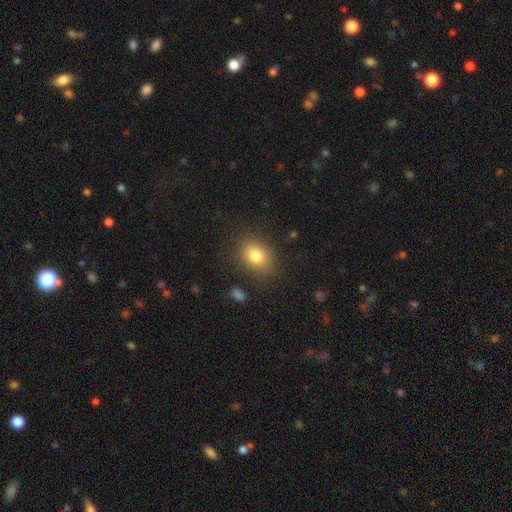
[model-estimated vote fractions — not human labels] Overall: smooth (81%). How rounded: in between (60%; round 39%). Merging: none (81%).